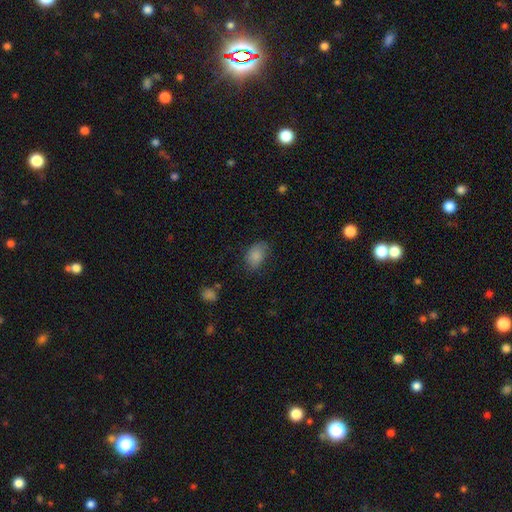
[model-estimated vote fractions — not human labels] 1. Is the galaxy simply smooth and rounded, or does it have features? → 85% smooth, 9% star or artifact, 7% featured or disk.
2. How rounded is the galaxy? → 82% in between, 17% round, 1% cigar-shaped.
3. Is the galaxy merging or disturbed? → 66% none, 25% minor disturbance, 7% major disturbance, 2% merger.